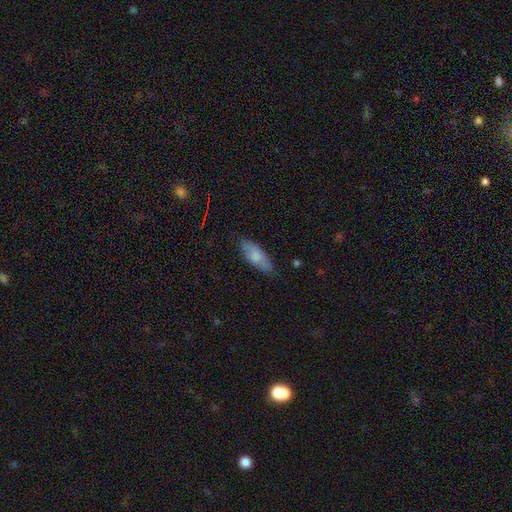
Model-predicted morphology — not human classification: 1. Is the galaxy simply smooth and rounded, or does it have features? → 76% smooth, 17% featured or disk, 7% star or artifact.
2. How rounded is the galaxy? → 66% in between, 32% cigar-shaped, 2% round.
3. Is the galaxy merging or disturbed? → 79% none, 17% minor disturbance, 3% major disturbance, 1% merger.